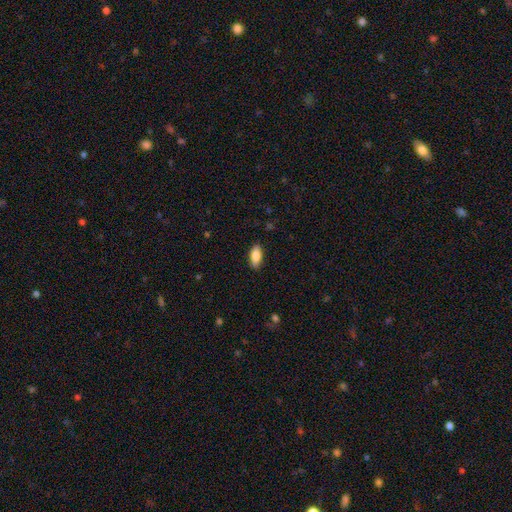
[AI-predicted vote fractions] Q: Smooth or featured?
A: smooth (85%); runner-up: featured or disk (9%)
Q: How rounded?
A: in between (86%); runner-up: cigar-shaped (11%)
Q: Merging?
A: none (86%); runner-up: minor disturbance (10%)